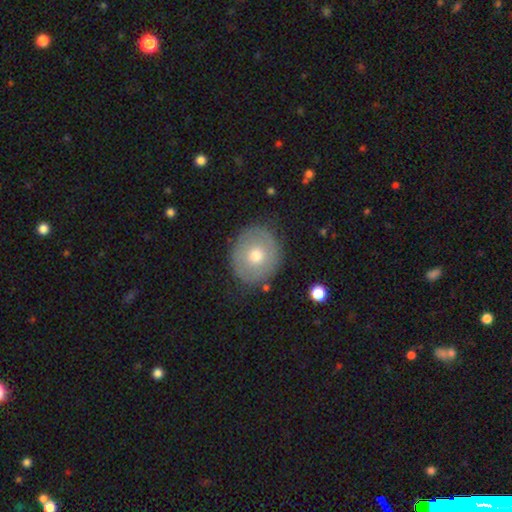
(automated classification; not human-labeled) Overall: smooth (58%; featured or disk 34%). How rounded: round (80%). Merging: none (85%).